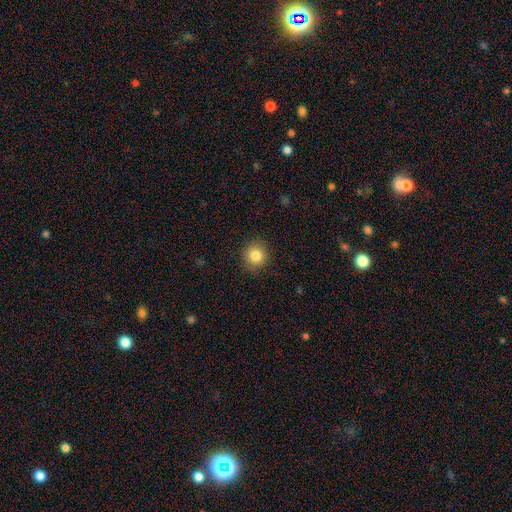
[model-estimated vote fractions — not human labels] This is clearly a smooth galaxy (83%). How rounded: clearly round (91%). Merging: clearly none (90%).